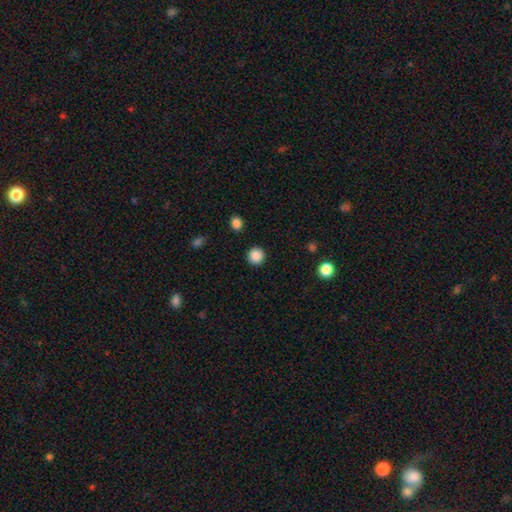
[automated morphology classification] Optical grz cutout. It shows a smooth galaxy with no disk features (88%) that is round (95%). Merging: none (92%).